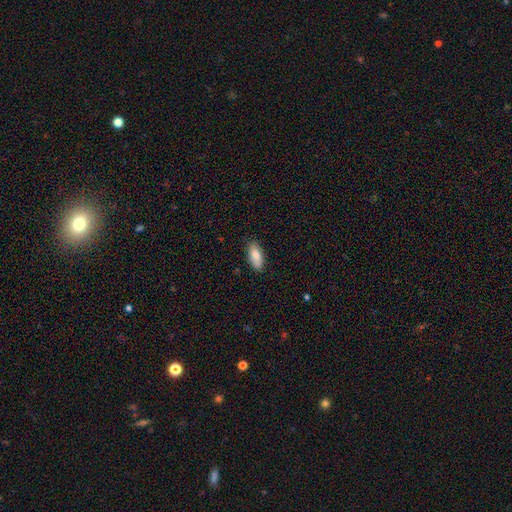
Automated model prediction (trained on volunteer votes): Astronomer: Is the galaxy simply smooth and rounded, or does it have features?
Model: smooth — 81%.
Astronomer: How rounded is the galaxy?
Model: in between — 87%.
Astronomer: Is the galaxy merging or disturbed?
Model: none — 85%.